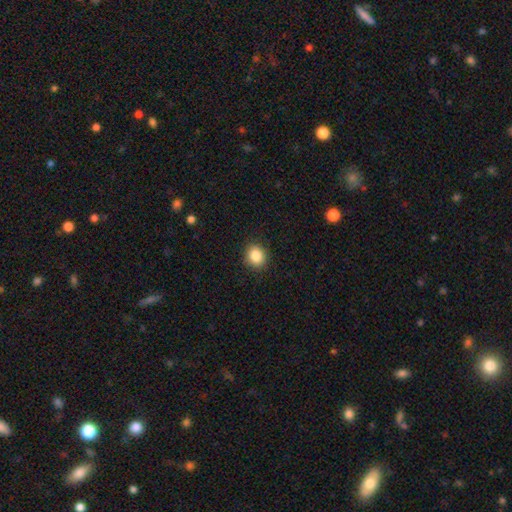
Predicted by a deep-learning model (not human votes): smooth 87%, star or artifact 9%, featured or disk 4%. Down the decision tree: how rounded — round (73%); merging — none (90%).